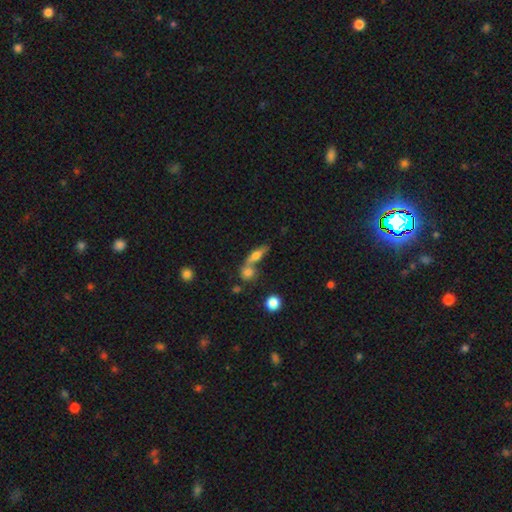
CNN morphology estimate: smooth-or-featured: smooth: 56% | featured or disk: 34% | star or artifact: 10%
  how-rounded: cigar-shaped: 45% | in between: 41% | round: 14%
  merging: none: 43% (tied) | merger: 43% (tied) | minor disturbance: 9% | major disturbance: 5%